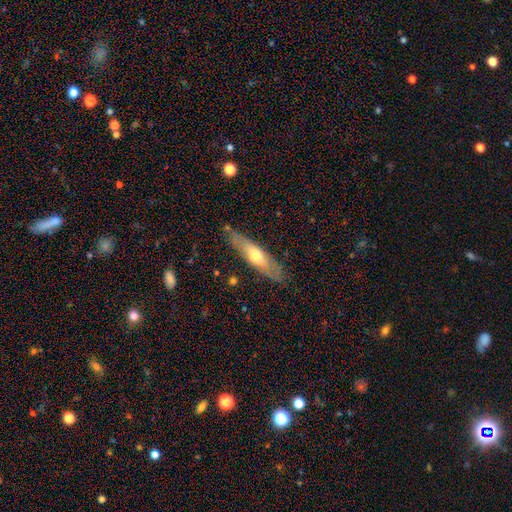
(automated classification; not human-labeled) Smooth or featured?
  - featured or disk: 47% * (tied)
  - smooth: 47% * (tied)
  - star or artifact: 6%
Merging?
  - none: 80% *
  - minor disturbance: 14%
  - major disturbance: 3%
  - merger: 2%